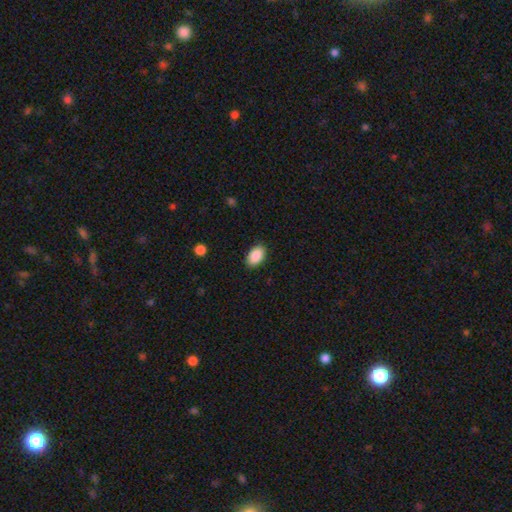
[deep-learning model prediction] This appears to be a smooth galaxy with no disk features (90%) that is in between round and cigar-shaped (93%). Merging: none (88%).